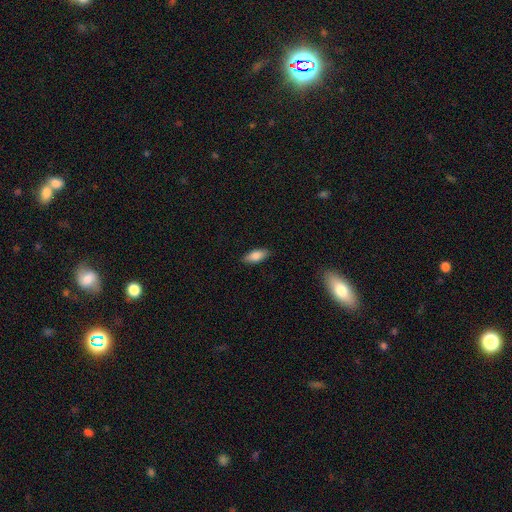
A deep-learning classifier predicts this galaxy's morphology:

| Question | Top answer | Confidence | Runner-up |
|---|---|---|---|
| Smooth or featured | smooth | 84% | featured or disk (10%) |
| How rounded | in between | 81% | cigar-shaped (17%) |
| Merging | none | 87% | minor disturbance (10%) |